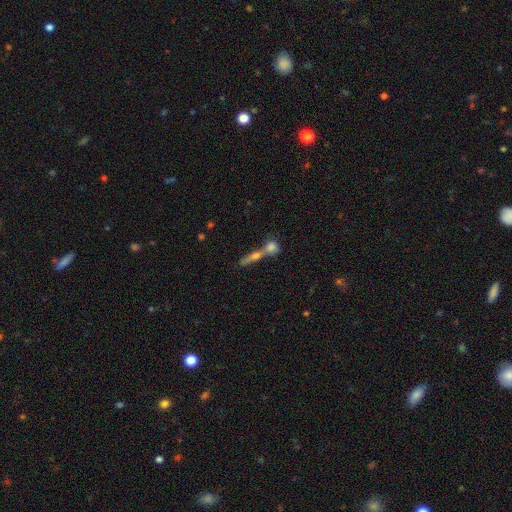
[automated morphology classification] smooth-or-featured: smooth: 48% | featured or disk: 34% | star or artifact: 18%
  merging: merger: 43% (tied) | none: 43% (tied) | minor disturbance: 8% | major disturbance: 6%